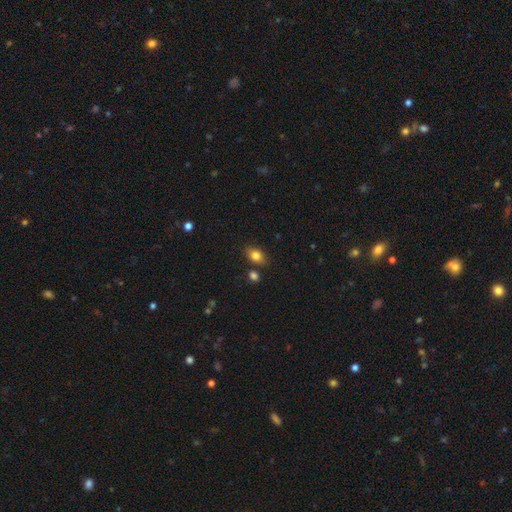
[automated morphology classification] Smooth or featured: smooth — 80% (featured or disk — 10%)
How rounded: in between — 80% (round — 17%)
Merging: none — 79% (minor disturbance — 13%)